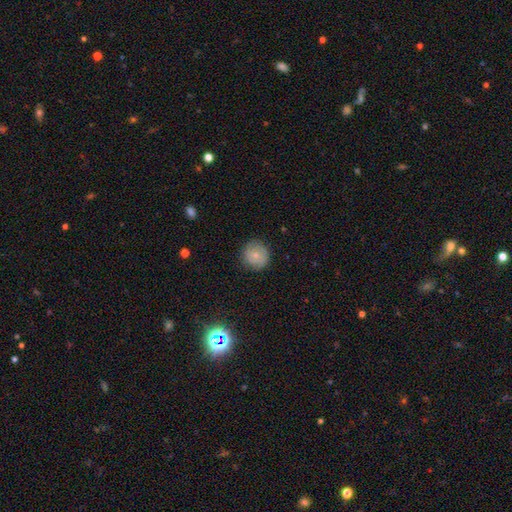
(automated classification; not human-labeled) This is likely a smooth galaxy (72%). How rounded: clearly round (91%). Merging: clearly none (84%).